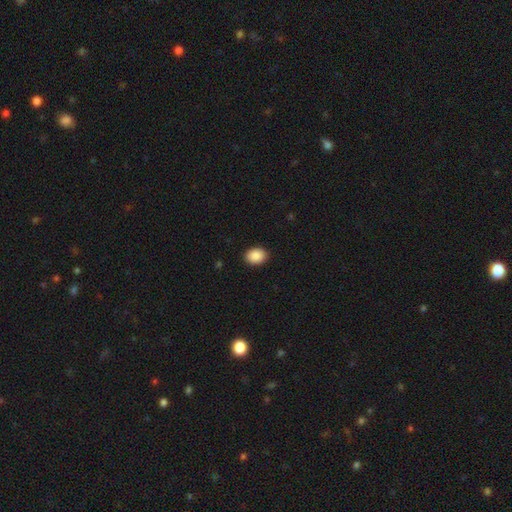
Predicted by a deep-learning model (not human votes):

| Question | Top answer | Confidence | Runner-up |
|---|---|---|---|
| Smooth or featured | smooth | 89% | star or artifact (8%) |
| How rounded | in between | 63% | round (36%) |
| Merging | none | 91% | minor disturbance (7%) |